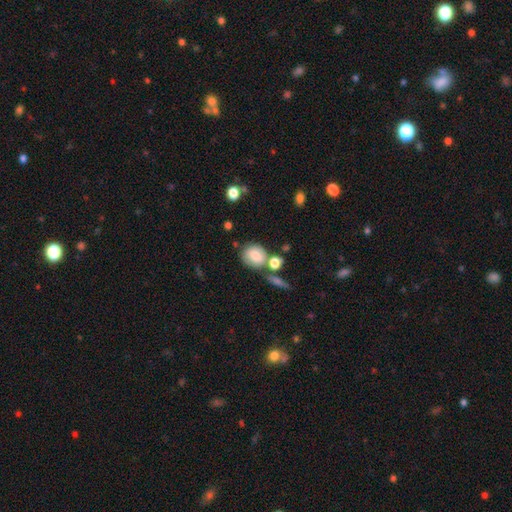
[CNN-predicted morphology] Smooth or featured? smooth (75%)
How rounded? round (65%)
Merging? none (55%)